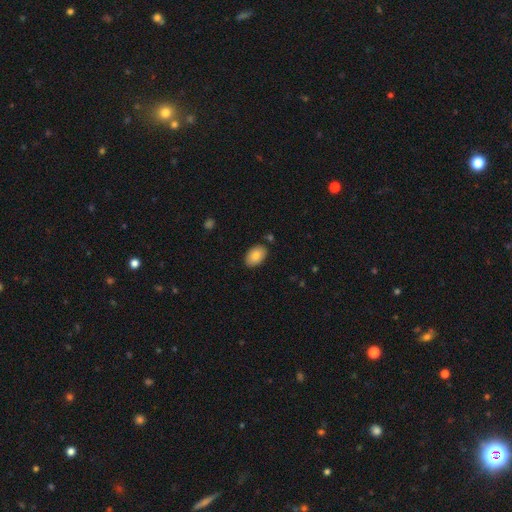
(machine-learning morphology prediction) Smooth or featured?
  - smooth: 85% *
  - featured or disk: 8%
  - star or artifact: 7%
How rounded?
  - in between: 90% *
  - round: 9%
  - cigar-shaped: 1%
Merging?
  - none: 85% *
  - minor disturbance: 11%
  - merger: 2%
  - major disturbance: 2%